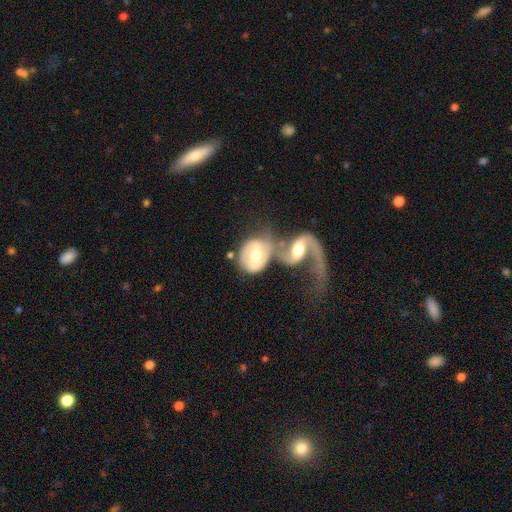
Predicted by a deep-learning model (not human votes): smooth-or-featured: featured or disk: 70% | smooth: 25% | star or artifact: 5%
  disk-edge-on: no: 96% | yes: 4%
    bar: weak: 44% | strong: 35% | no: 21%
    has-spiral-arms: yes: 81% | no: 19%
      spiral-winding: loose: 46% | medium: 36% | tight: 17%
      spiral-arm-count: 2: 72% | 1: 15% | can't tell: 10% | 3: 1% | 4: 1% | more than 4: 1%
    bulge-size: moderate: 70% | small: 20% | large: 7% | none: 2% | dominant: 1%
  merging: merger: 61% | none: 20% | major disturbance: 10% | minor disturbance: 9%